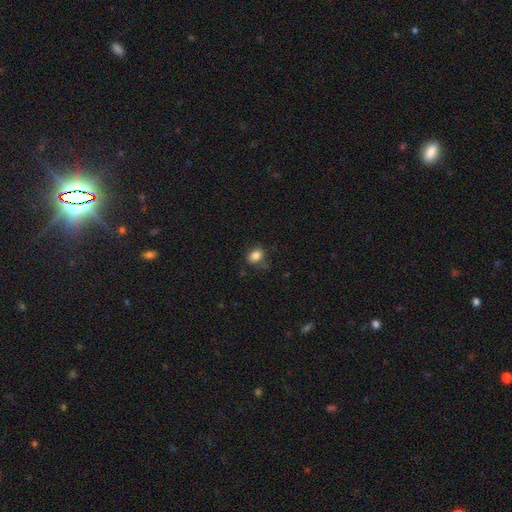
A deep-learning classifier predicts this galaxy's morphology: Smooth or featured: smooth — 84% (star or artifact — 11%)
How rounded: in between — 51% (round — 48%)
Merging: none — 74% (minor disturbance — 19%)